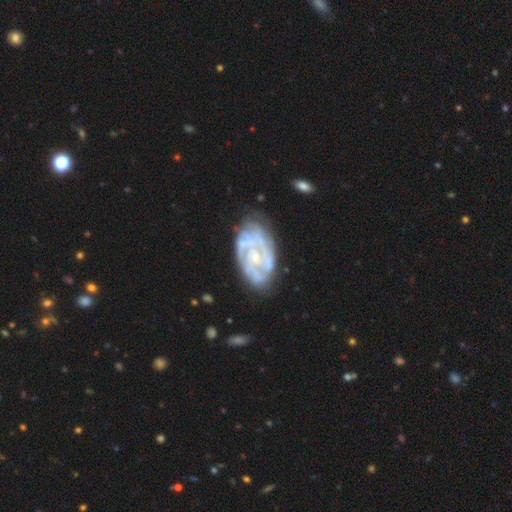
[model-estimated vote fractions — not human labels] Smooth or featured? Predicted: featured or disk (p=0.81). Edge-on disk? Predicted: no (p=0.96). Bar? Predicted: no (p=0.69). Spiral arms? Predicted: yes (p=0.82). Spiral winding? Predicted: tight (p=0.63). Spiral arm count? Predicted: can't tell (p=0.43). Bulge size? Predicted: small (p=0.58). Merging? Predicted: none (p=0.65).